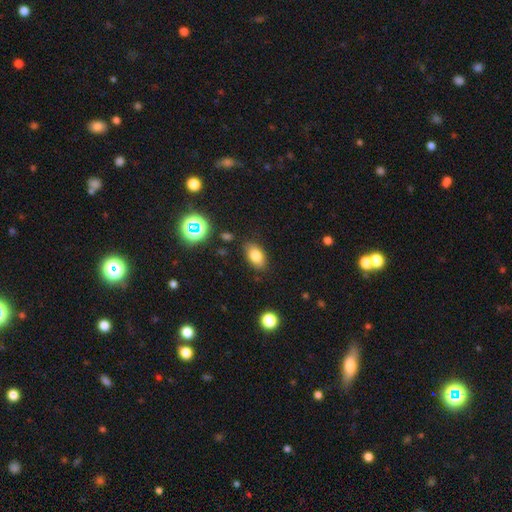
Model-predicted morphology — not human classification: This is likely a smooth galaxy (79%). How rounded: clearly in between (89%). Merging: clearly none (84%).